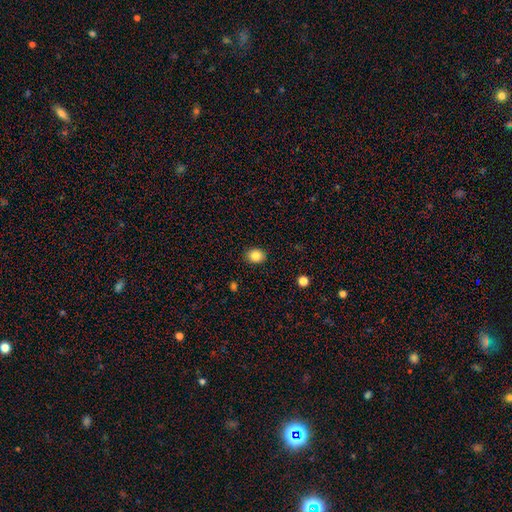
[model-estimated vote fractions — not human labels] smooth-or-featured: smooth: 85% | star or artifact: 10% | featured or disk: 5%
  how-rounded: round: 59% | in between: 40% | cigar-shaped: 1%
  merging: none: 90% | minor disturbance: 7% | major disturbance: 2% | merger: 1%